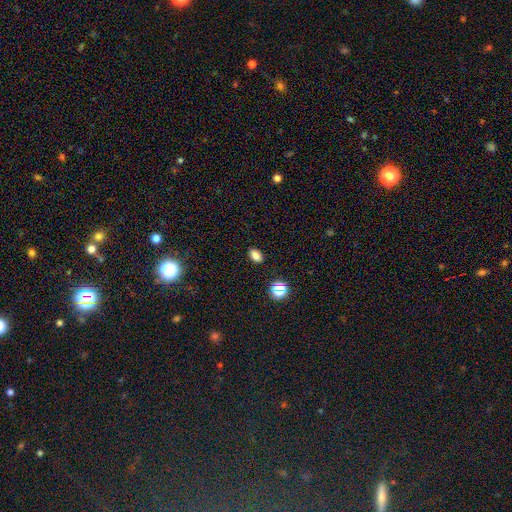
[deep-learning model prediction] Smooth or featured? Predicted: smooth (p=0.80). How rounded? Predicted: in between (p=0.83). Merging? Predicted: none (p=0.88).